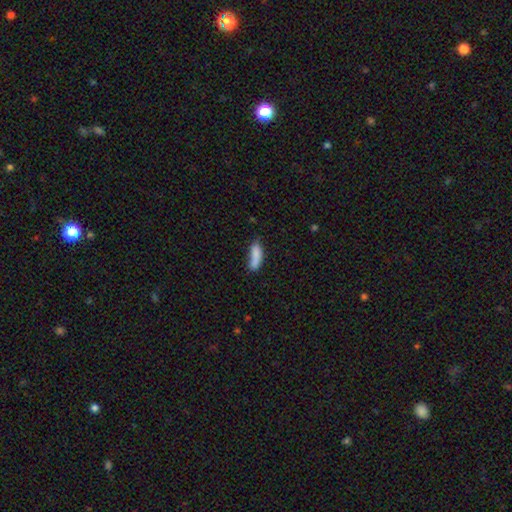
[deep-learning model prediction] Morphology: type=smooth (83%); roundness=in between (54%); merging=none (54%).